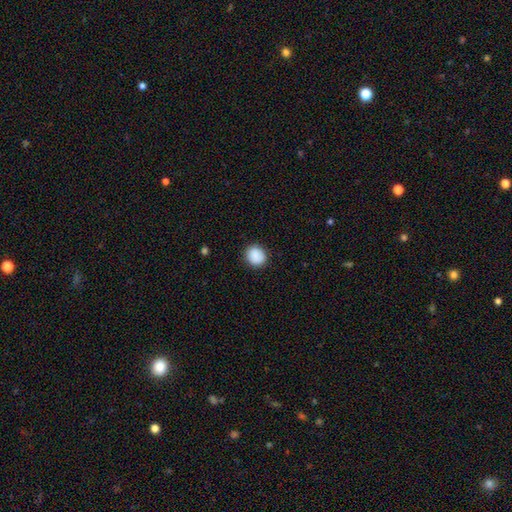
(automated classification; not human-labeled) Morphology: type=smooth (89%); roundness=round (82%); merging=none (88%).